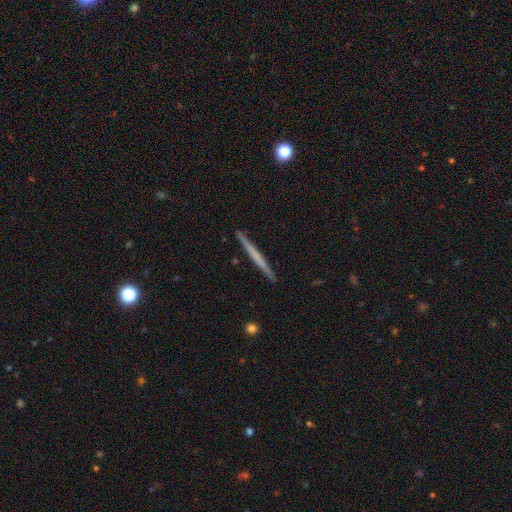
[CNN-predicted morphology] Smooth or featured: smooth — 48% (featured or disk — 47%)
Merging: none — 92% (minor disturbance — 5%)